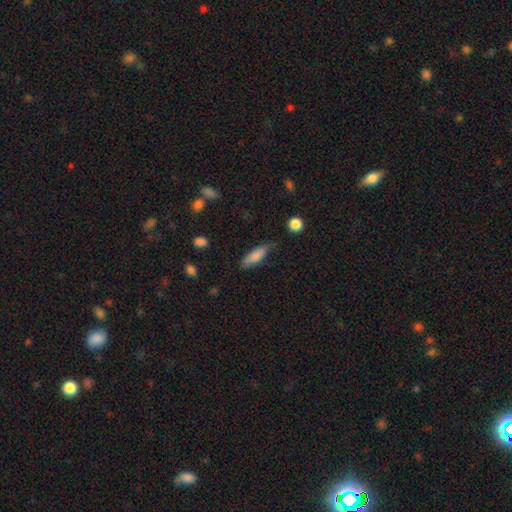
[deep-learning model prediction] Smooth or featured? smooth (80%)
How rounded? cigar-shaped (50%)
Merging? none (67%)